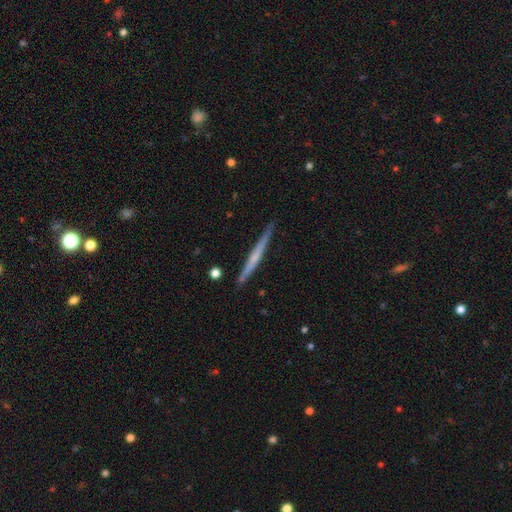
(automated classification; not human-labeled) smooth-or-featured: featured or disk: 60% | smooth: 35% | star or artifact: 5%
  disk-edge-on: yes: 98% | no: 2%
    edge-on-bulge: none: 62% | rounded: 31% | boxy: 7%
  merging: none: 89% | minor disturbance: 8% | major disturbance: 1% | merger: 1%